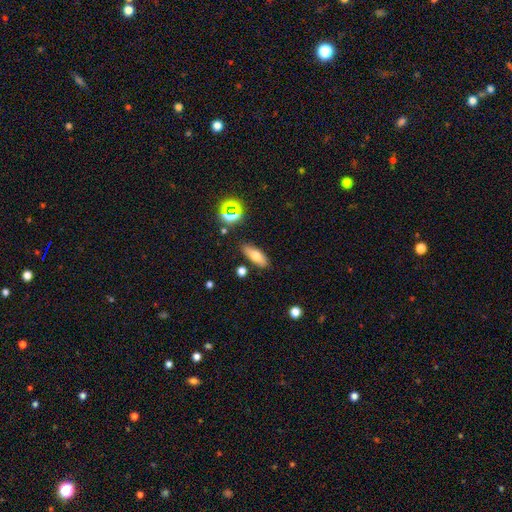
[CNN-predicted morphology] This appears to be a smooth galaxy with no disk features (66%) that is in between round and cigar-shaped (65%). Merging: none (83%).